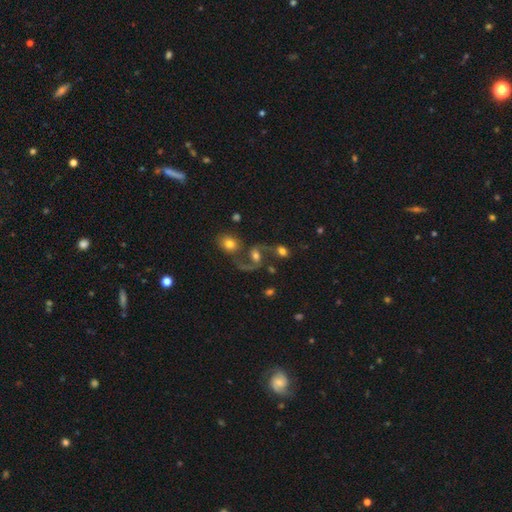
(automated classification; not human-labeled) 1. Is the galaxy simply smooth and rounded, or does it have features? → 76% featured or disk, 15% smooth, 9% star or artifact.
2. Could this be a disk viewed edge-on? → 97% no, 3% yes.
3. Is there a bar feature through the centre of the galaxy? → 43% no, 38% weak, 19% strong.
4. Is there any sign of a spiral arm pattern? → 92% yes, 8% no.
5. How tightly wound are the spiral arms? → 67% loose, 28% medium, 5% tight.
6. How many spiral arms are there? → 88% 2, 7% 1, 2% can't tell, 1% 3, 1% 4, 1% more than 4.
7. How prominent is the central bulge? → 58% moderate, 21% small, 15% large, 4% none, 3% dominant.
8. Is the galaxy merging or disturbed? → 43% none, 31% merger, 14% major disturbance, 13% minor disturbance.